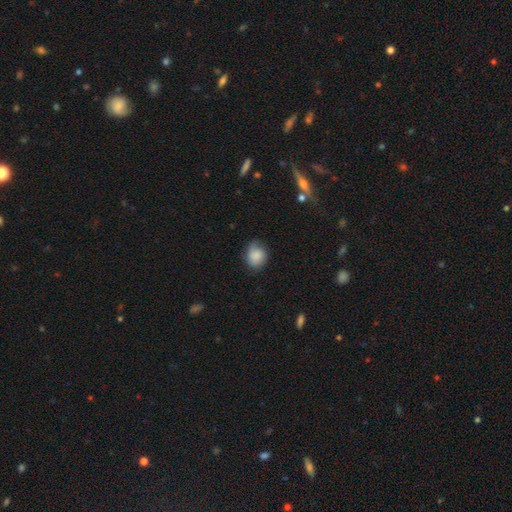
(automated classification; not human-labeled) Q: Smooth or featured?
A: smooth (79%); runner-up: featured or disk (13%)
Q: How rounded?
A: round (53%); runner-up: in between (46%)
Q: Merging?
A: none (62%); runner-up: minor disturbance (29%)